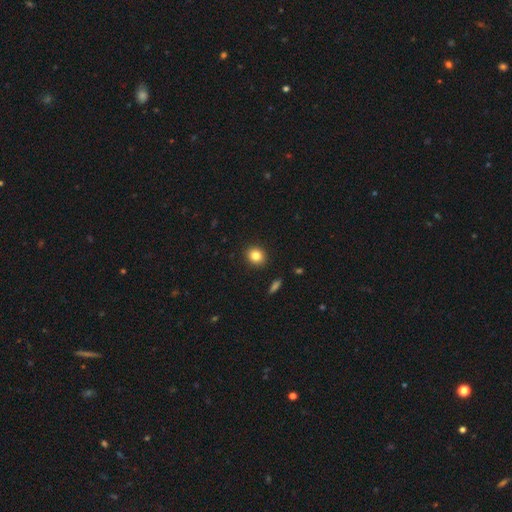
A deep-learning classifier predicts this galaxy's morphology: Smooth or featured?
  - smooth: 83% *
  - star or artifact: 10%
  - featured or disk: 6%
How rounded?
  - round: 79% *
  - in between: 20%
  - cigar-shaped: 1%
Merging?
  - none: 91% *
  - minor disturbance: 6%
  - major disturbance: 2%
  - merger: 1%